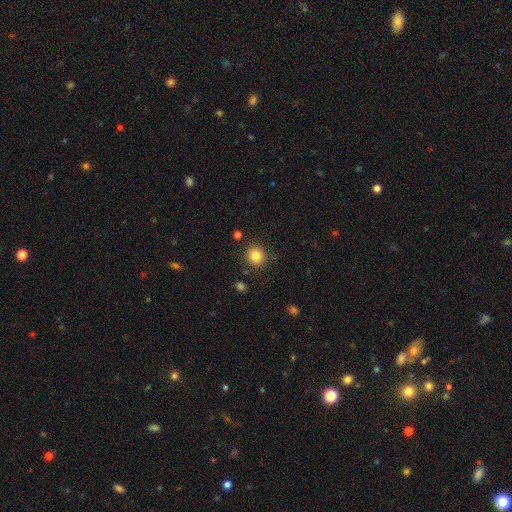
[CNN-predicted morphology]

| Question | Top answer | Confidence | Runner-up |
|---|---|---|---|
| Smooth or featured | smooth | 84% | star or artifact (11%) |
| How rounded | round | 88% | in between (11%) |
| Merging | none | 87% | minor disturbance (8%) |